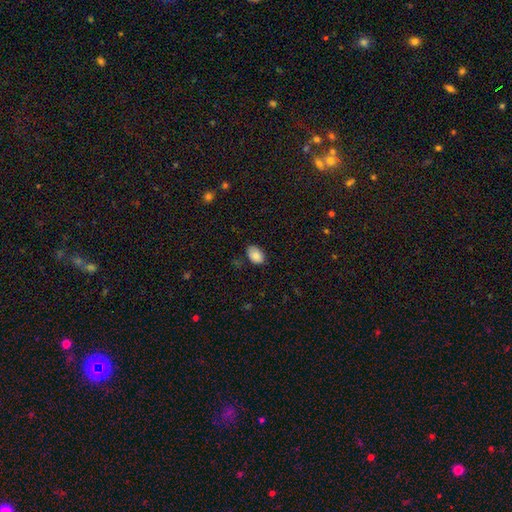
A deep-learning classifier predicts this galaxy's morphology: This appears to be a smooth galaxy with no disk features (85%) that is in between round and cigar-shaped (90%). Merging: none (75%).